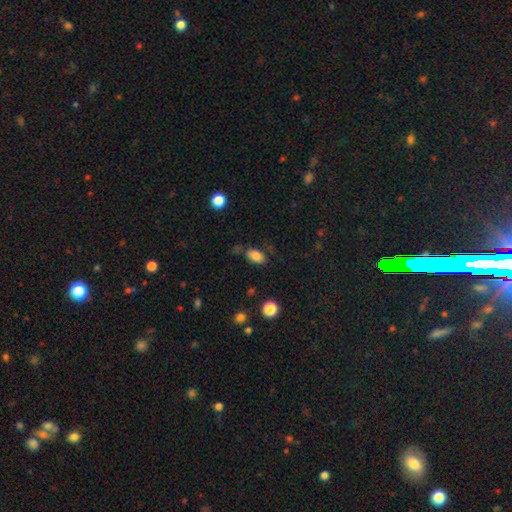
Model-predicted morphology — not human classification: Smooth or featured? Predicted: smooth (p=0.83). How rounded? Predicted: in between (p=0.91). Merging? Predicted: none (p=0.68).